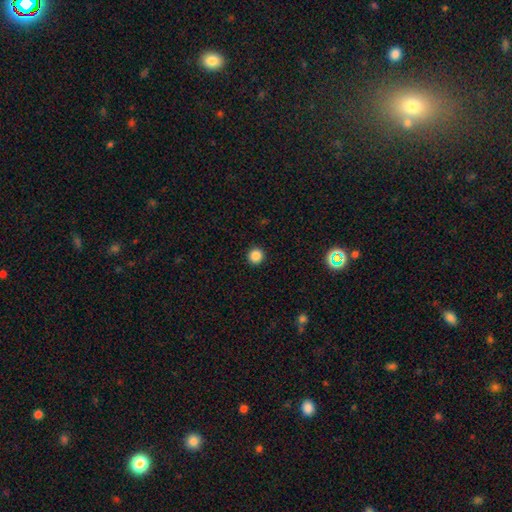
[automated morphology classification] This is clearly a smooth galaxy (86%). How rounded: clearly round (95%). Merging: clearly none (93%).